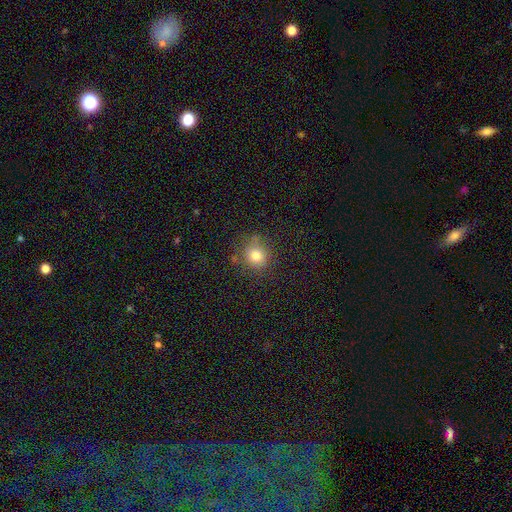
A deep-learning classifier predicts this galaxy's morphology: Overall: smooth (79%). How rounded: round (83%). Merging: none (78%).